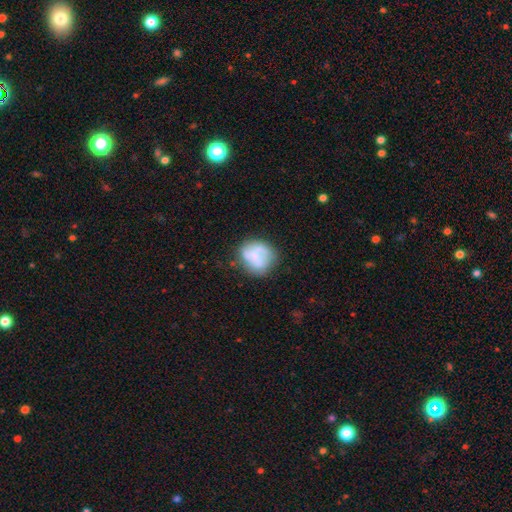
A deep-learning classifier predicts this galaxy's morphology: Smooth or featured?
  - smooth: 57% *
  - featured or disk: 34%
  - star or artifact: 9%
How rounded?
  - round: 74% *
  - in between: 25%
  - cigar-shaped: 1%
Merging?
  - none: 56% *
  - minor disturbance: 25%
  - major disturbance: 13%
  - merger: 6%